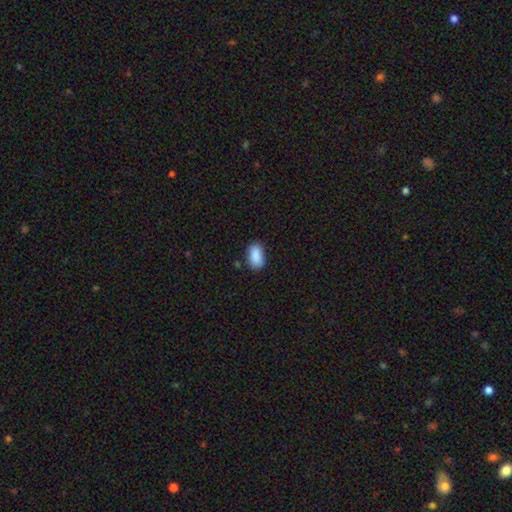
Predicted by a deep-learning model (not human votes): Smooth or featured? Predicted: smooth (p=0.89). How rounded? Predicted: in between (p=0.92). Merging? Predicted: none (p=0.77).